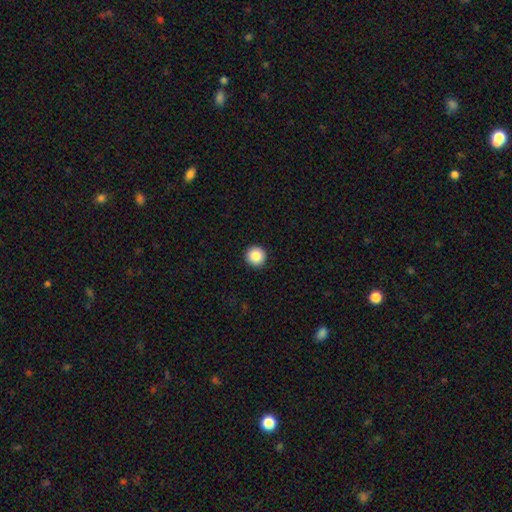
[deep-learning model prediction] A smooth galaxy with no disk features (87%) that is round (96%). Merging: none (93%).